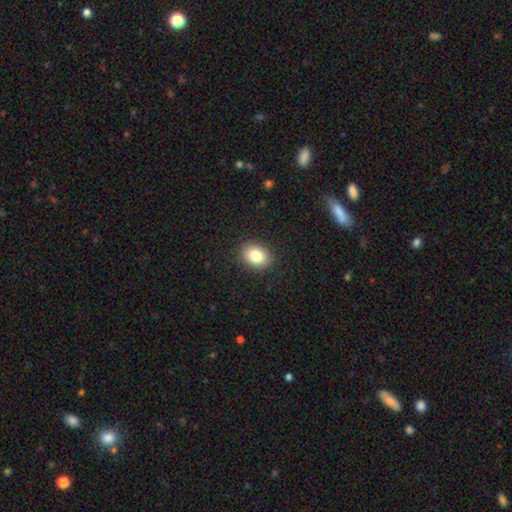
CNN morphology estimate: Smooth or featured: smooth — 83% (star or artifact — 9%)
How rounded: in between — 66% (round — 33%)
Merging: none — 89% (minor disturbance — 8%)